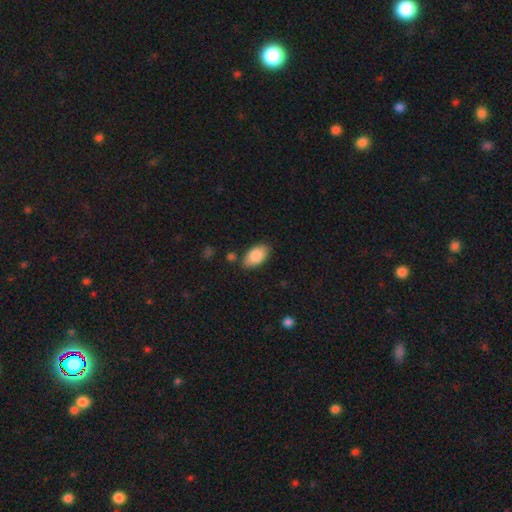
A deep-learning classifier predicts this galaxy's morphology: This appears to be a smooth galaxy with no disk features (86%) that is in between round and cigar-shaped (94%). Merging: none (80%).